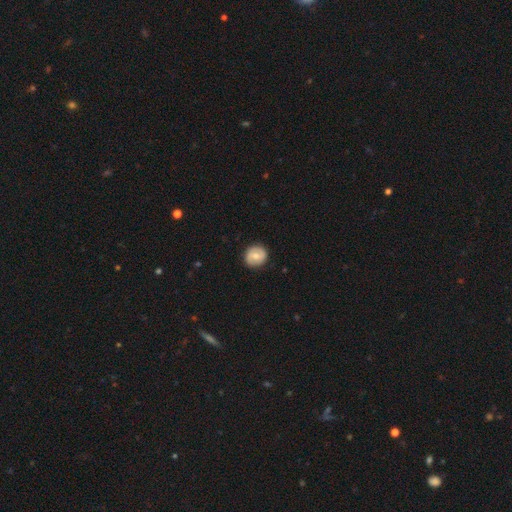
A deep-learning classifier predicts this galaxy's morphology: Overall: smooth (56%; featured or disk 37%). How rounded: round (84%). Merging: none (87%).